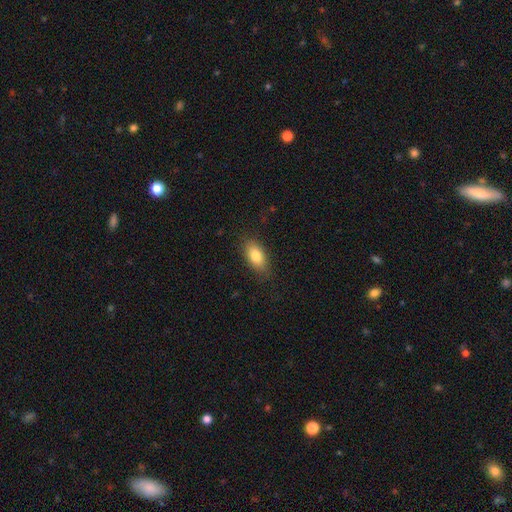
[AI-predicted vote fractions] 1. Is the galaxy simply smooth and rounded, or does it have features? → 81% smooth, 12% featured or disk, 7% star or artifact.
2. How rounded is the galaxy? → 89% in between, 6% cigar-shaped, 5% round.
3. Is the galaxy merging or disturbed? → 82% none, 13% minor disturbance, 3% major disturbance, 1% merger.